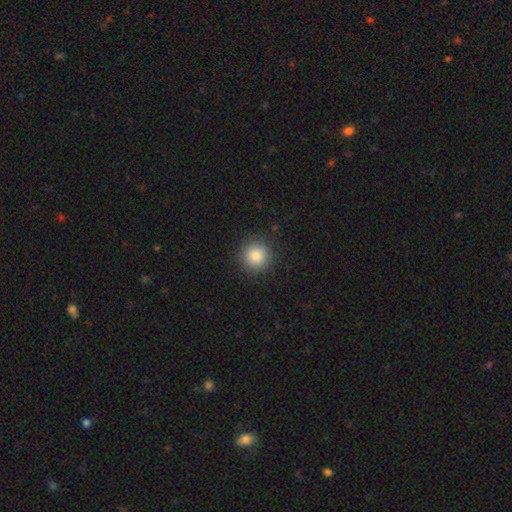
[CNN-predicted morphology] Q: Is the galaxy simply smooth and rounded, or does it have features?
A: smooth — 86%.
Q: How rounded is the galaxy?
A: round — 95%.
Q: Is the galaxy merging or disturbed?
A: none — 91%.